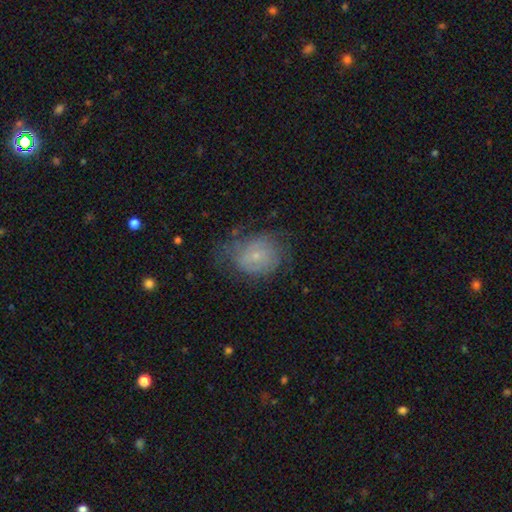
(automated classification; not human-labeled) A featured or disk galaxy (48%).

Vote fractions:
- Smooth or featured? featured or disk: 48% / smooth: 42% / star or artifact: 10%
- Merging? none: 53% / minor disturbance: 27% / major disturbance: 18% / merger: 2%